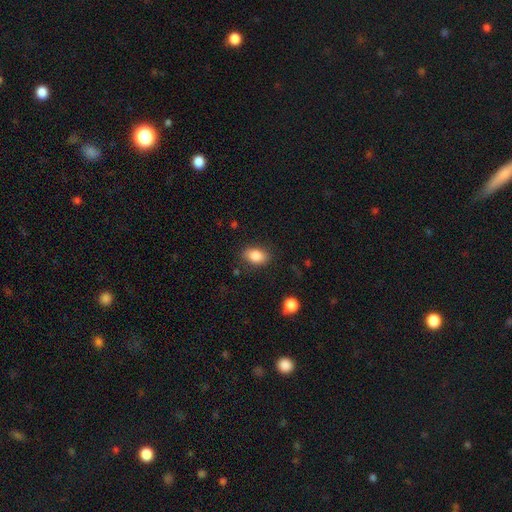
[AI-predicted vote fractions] Q: Smooth or featured?
A: smooth (85%); runner-up: star or artifact (8%)
Q: How rounded?
A: in between (84%); runner-up: round (14%)
Q: Merging?
A: none (82%); runner-up: minor disturbance (13%)